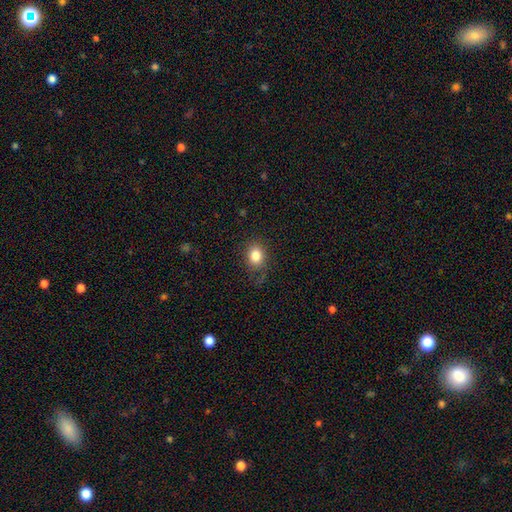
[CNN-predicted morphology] This appears to be a smooth galaxy with no disk features (82%) that is round (52%). Merging: none (78%).